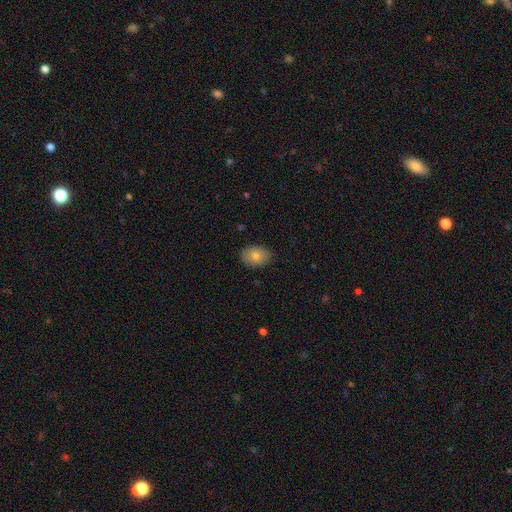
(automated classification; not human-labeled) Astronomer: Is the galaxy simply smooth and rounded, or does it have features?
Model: smooth — 79%.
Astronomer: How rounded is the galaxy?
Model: in between — 81%.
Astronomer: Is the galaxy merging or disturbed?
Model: none — 86%.